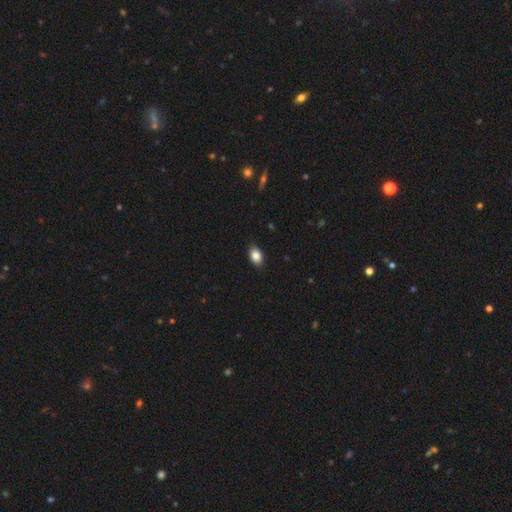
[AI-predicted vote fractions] Overall: smooth (85%). How rounded: in between (86%). Merging: none (86%).